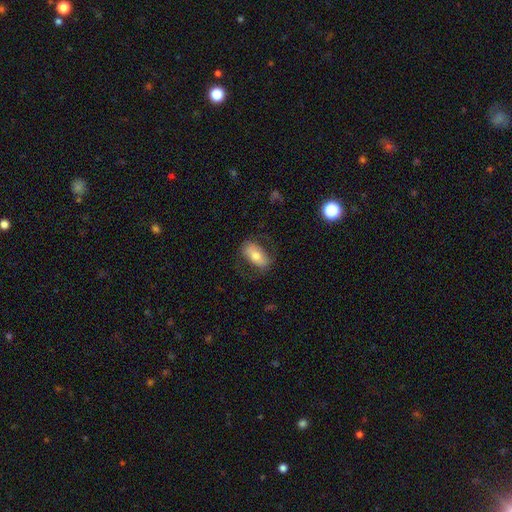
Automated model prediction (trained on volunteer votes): This is likely a smooth galaxy (62%). How rounded: clearly in between (89%). Merging: likely none (70%).